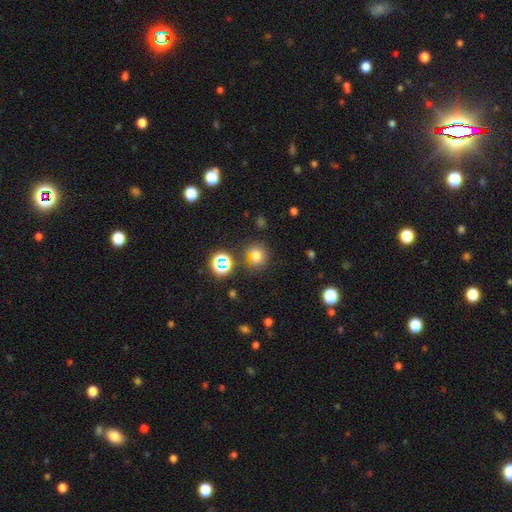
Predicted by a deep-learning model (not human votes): Smooth or featured?
  - smooth: 70% *
  - star or artifact: 22%
  - featured or disk: 8%
How rounded?
  - round: 83% *
  - in between: 16%
  - cigar-shaped: 1%
Merging?
  - none: 74% *
  - minor disturbance: 13%
  - merger: 7%
  - major disturbance: 5%